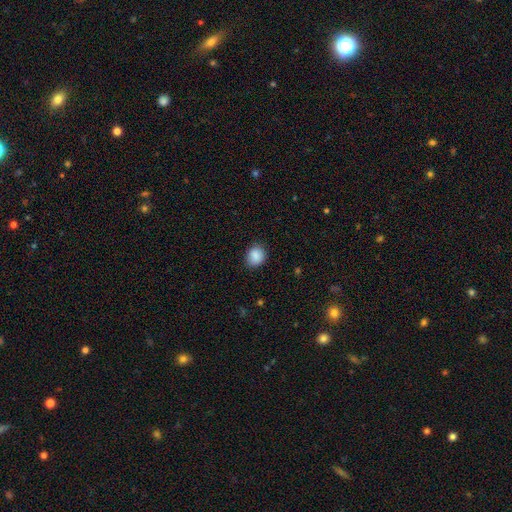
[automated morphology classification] A smooth galaxy with no disk features (88%) that is round (72%).

Vote fractions:
- Smooth or featured? smooth: 88% / star or artifact: 8% / featured or disk: 4%
- How rounded? round: 72% / in between: 27% / cigar-shaped: 1%
- Merging? none: 82% / minor disturbance: 14% / major disturbance: 3% / merger: 1%